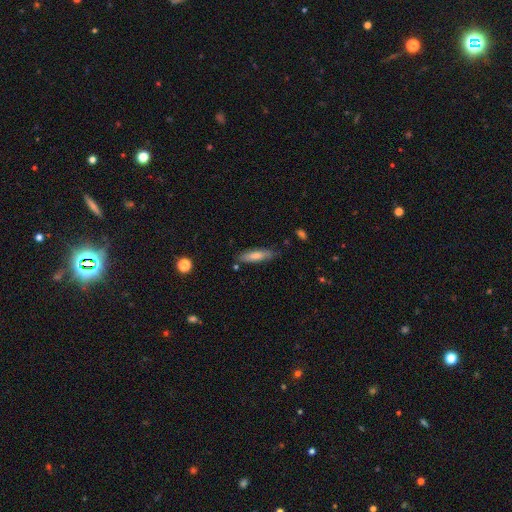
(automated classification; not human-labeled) Smooth or featured?
  - smooth: 74% *
  - featured or disk: 20%
  - star or artifact: 6%
How rounded?
  - cigar-shaped: 70% *
  - in between: 28%
  - round: 2%
Merging?
  - none: 80% *
  - minor disturbance: 14%
  - merger: 3%
  - major disturbance: 3%